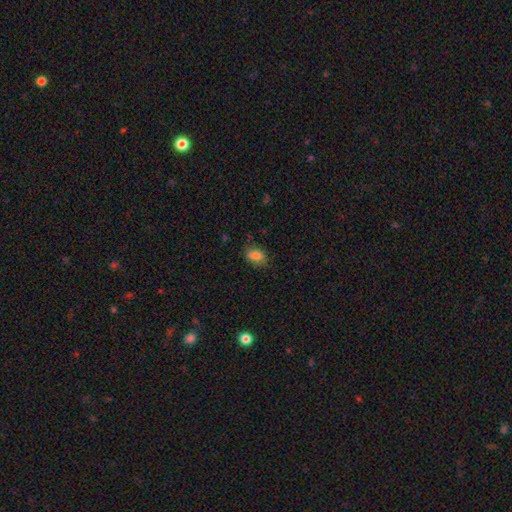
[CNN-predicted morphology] type=smooth (82%); roundness=in between (82%); merging=none (74%).